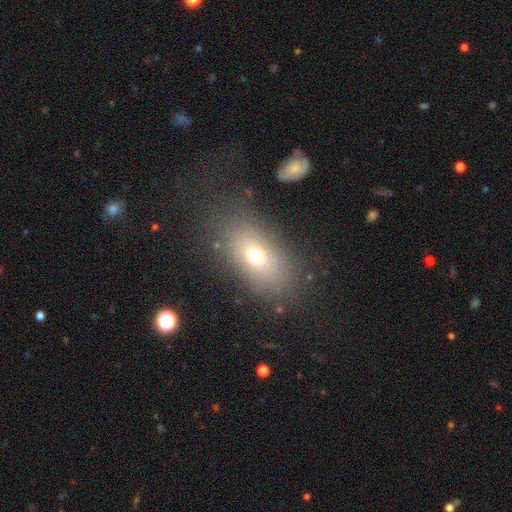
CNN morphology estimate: This is likely a smooth galaxy (67%). How rounded: clearly in between (82%). Merging: likely none (71%).